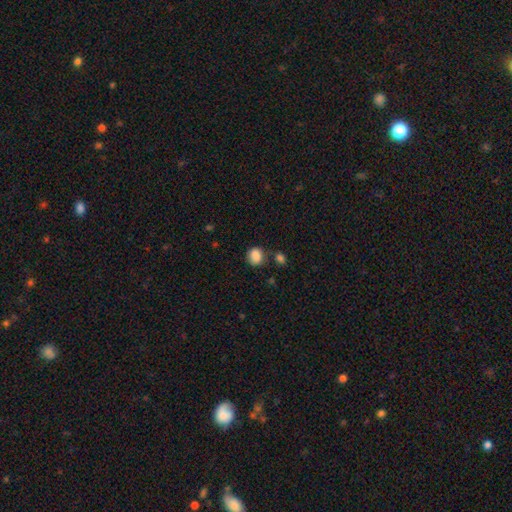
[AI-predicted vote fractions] A smooth galaxy with no disk features (87%) that is round (69%).

Vote fractions:
- Smooth or featured? smooth: 87% / star or artifact: 9% / featured or disk: 5%
- How rounded? round: 69% / in between: 30% / cigar-shaped: 1%
- Merging? none: 71% / minor disturbance: 16% / merger: 8% / major disturbance: 5%